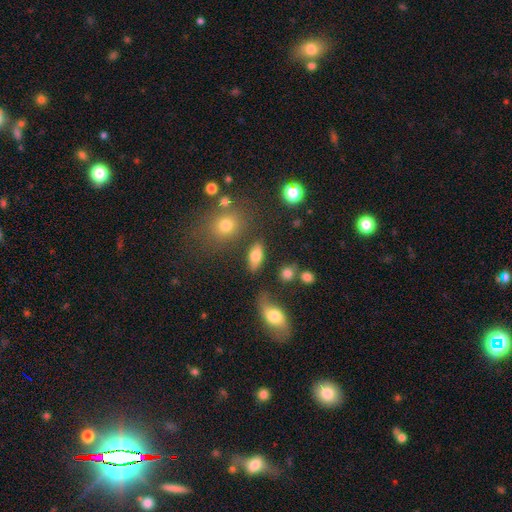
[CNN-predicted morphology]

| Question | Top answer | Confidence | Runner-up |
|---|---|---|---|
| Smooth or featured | smooth | 74% | featured or disk (16%) |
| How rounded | in between | 83% | cigar-shaped (9%) |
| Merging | none | 78% | minor disturbance (11%) |